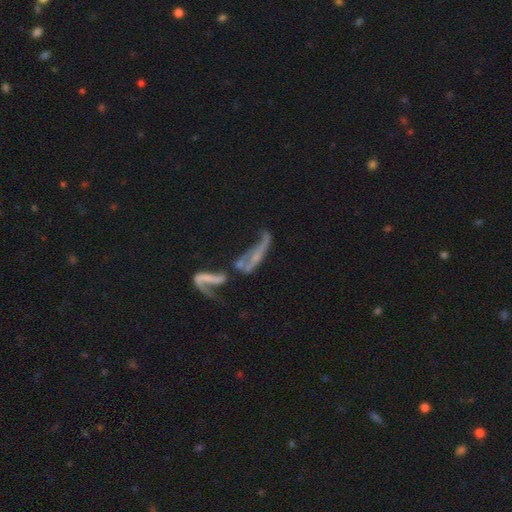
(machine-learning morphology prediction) smooth-or-featured: featured or disk: 62% | smooth: 25% | star or artifact: 13%
  disk-edge-on: no: 75% | yes: 25%
  merging: merger: 54% | major disturbance: 24% | none: 13% | minor disturbance: 9%